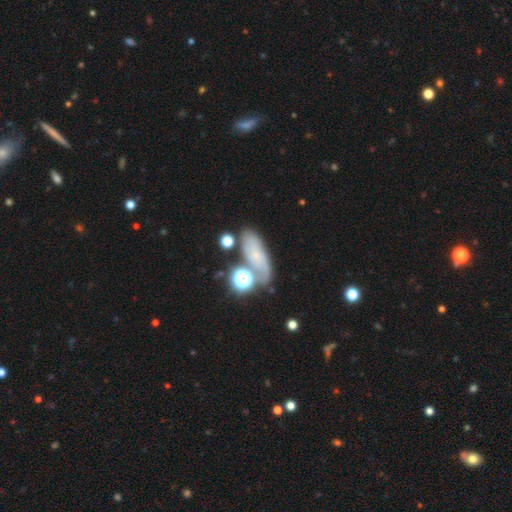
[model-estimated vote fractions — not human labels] Overall: smooth (47%; featured or disk 33%). Merging: none (54%; minor disturbance 20%).